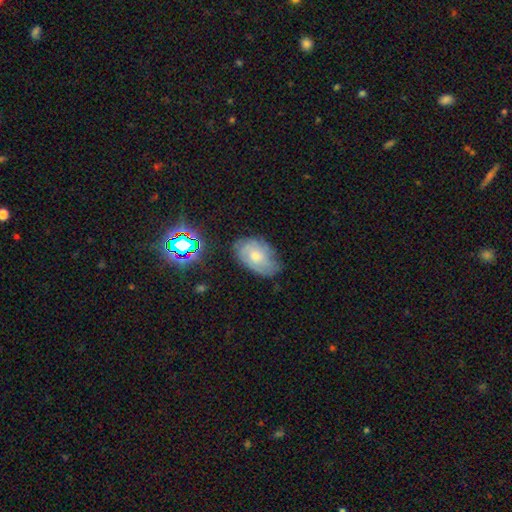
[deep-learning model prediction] Smooth or featured?
  - featured or disk: 47% *
  - smooth: 42%
  - star or artifact: 11%
Merging?
  - none: 65% *
  - minor disturbance: 26%
  - major disturbance: 7%
  - merger: 2%